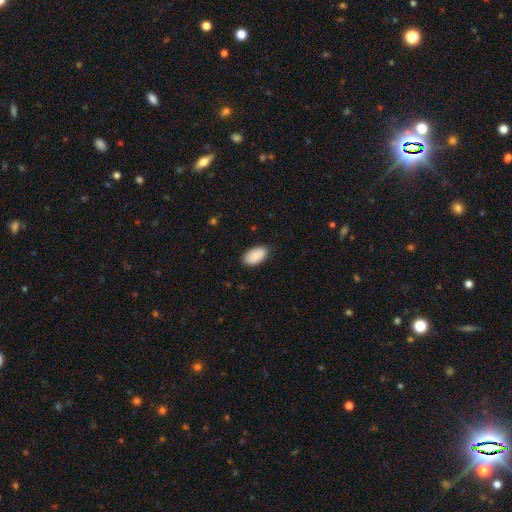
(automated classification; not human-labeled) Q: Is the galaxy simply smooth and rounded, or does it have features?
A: smooth — 90%.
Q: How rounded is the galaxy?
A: in between — 95%.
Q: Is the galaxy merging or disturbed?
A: none — 82%.